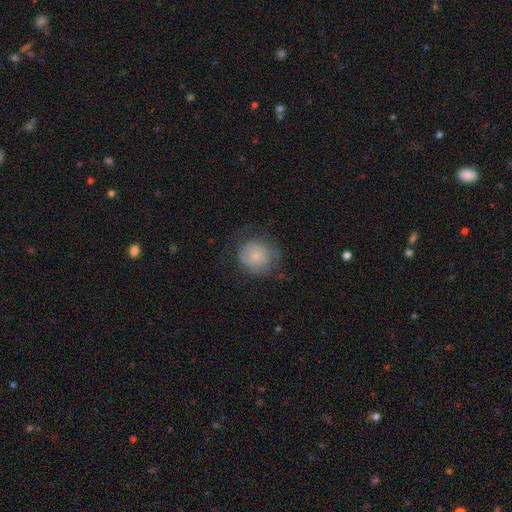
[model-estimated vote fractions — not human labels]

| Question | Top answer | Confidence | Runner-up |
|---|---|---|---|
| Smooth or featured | smooth | 68% | featured or disk (24%) |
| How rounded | round | 86% | in between (13%) |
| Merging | none | 61% | minor disturbance (24%) |